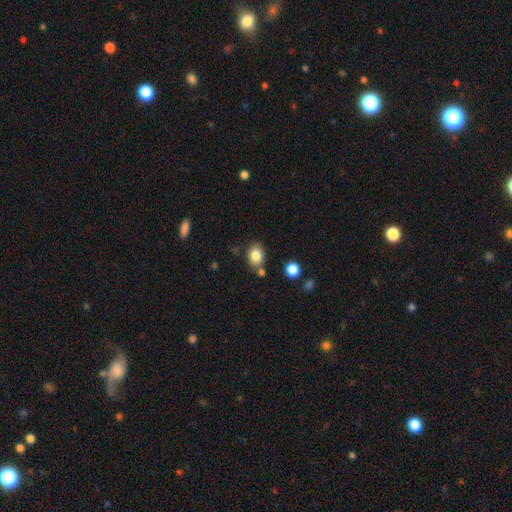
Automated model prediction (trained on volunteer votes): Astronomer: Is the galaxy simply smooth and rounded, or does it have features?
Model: smooth — 83%.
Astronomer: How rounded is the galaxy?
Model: in between — 61% (runner-up: round, 38%).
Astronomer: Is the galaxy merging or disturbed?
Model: none — 75%.